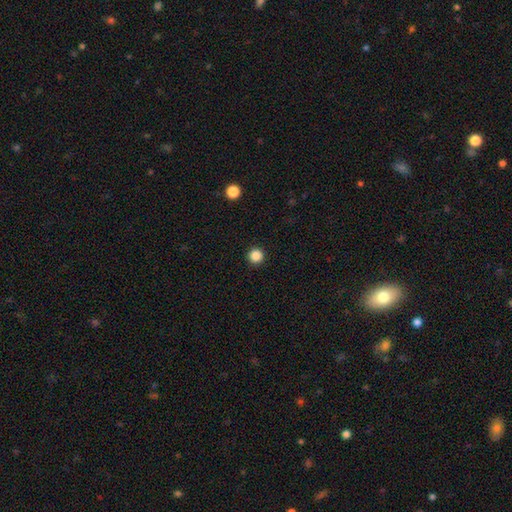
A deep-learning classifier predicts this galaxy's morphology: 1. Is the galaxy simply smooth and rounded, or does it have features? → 86% smooth, 11% star or artifact, 3% featured or disk.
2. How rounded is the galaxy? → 97% round, 2% in between, 1% cigar-shaped.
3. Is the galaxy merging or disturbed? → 94% none, 4% minor disturbance, 1% major disturbance, 1% merger.